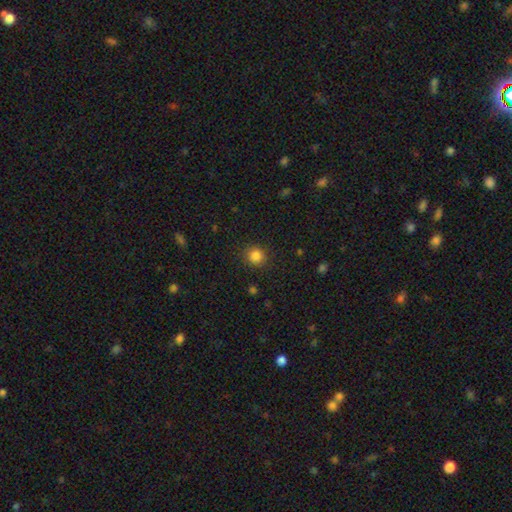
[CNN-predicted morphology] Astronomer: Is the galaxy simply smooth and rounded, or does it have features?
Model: smooth — 84%.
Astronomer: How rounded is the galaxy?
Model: round — 91%.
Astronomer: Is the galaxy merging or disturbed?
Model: none — 90%.